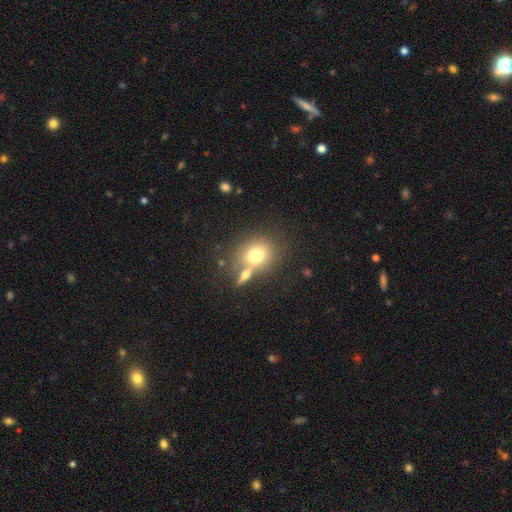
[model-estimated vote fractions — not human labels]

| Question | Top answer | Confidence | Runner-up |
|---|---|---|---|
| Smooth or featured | smooth | 73% | featured or disk (16%) |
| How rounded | round | 72% | in between (26%) |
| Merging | none | 53% | merger (30%) |